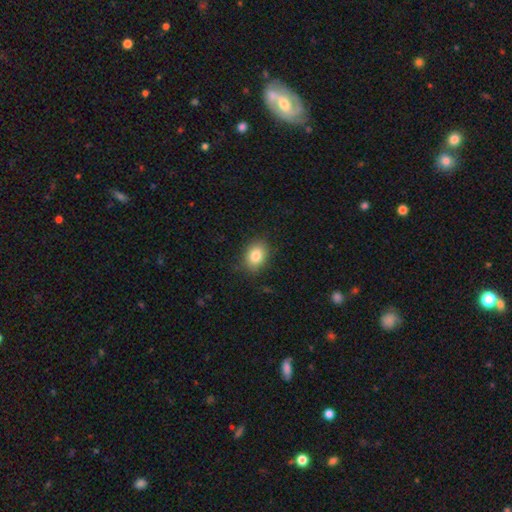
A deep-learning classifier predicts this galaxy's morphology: A smooth galaxy with no disk features (84%) that is in between round and cigar-shaped (68%). Merging: none (85%).